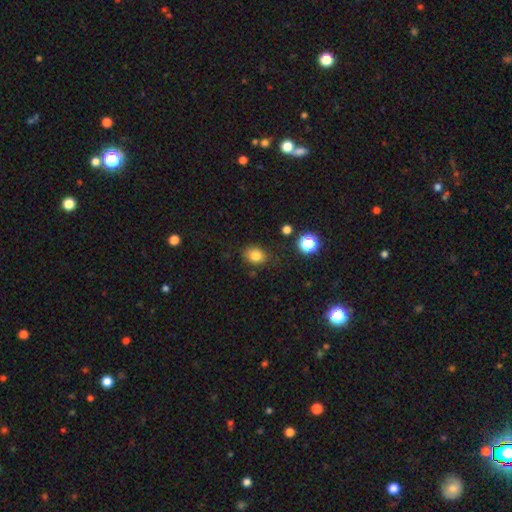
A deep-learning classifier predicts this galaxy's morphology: This appears to be a smooth galaxy with no disk features (81%) that is in between round and cigar-shaped (54%). Merging: none (79%).